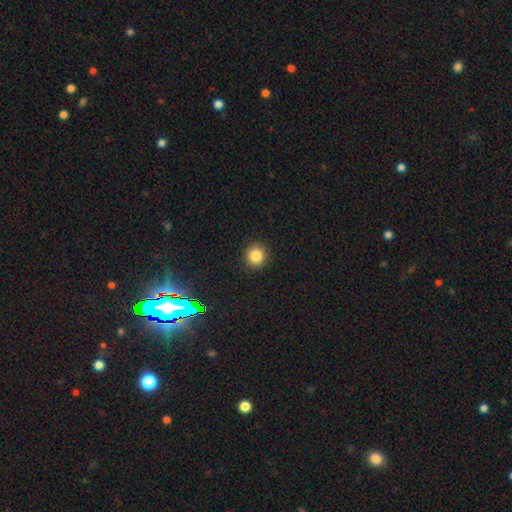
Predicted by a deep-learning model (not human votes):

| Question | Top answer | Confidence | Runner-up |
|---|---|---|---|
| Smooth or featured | smooth | 84% | star or artifact (11%) |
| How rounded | round | 92% | in between (7%) |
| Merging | none | 92% | minor disturbance (5%) |